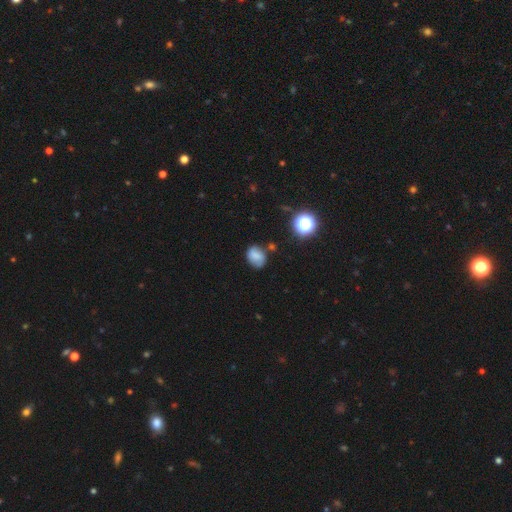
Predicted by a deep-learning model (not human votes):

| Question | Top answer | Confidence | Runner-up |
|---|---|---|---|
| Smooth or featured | smooth | 68% | featured or disk (18%) |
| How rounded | in between | 56% | round (43%) |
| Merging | none | 63% | minor disturbance (24%) |